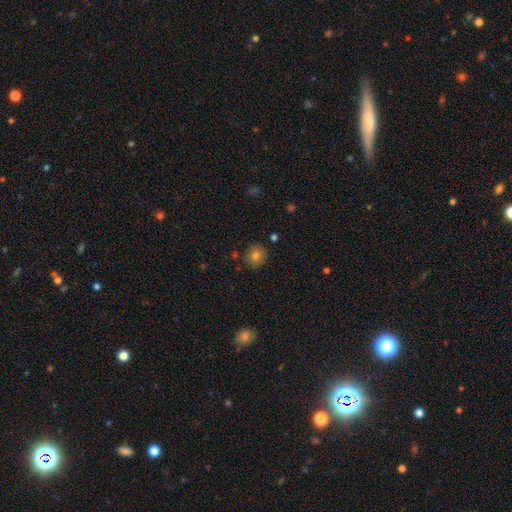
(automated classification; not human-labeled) smooth 79%, star or artifact 11%, featured or disk 10%. Down the decision tree: how rounded — round (86%); merging — none (85%).